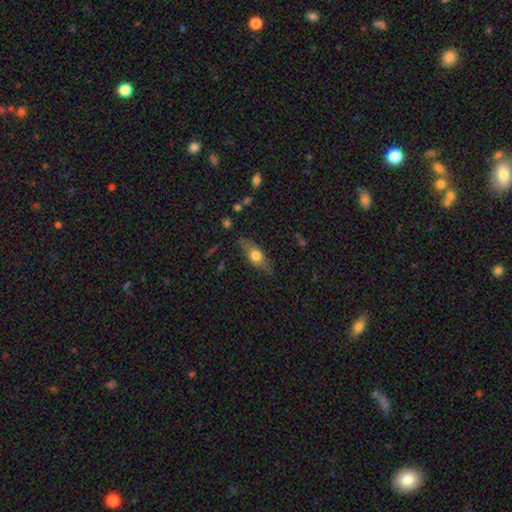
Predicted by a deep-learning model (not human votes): smooth 59%, featured or disk 34%, star or artifact 8%. Down the decision tree: how rounded — in between (62%); merging — none (78%).